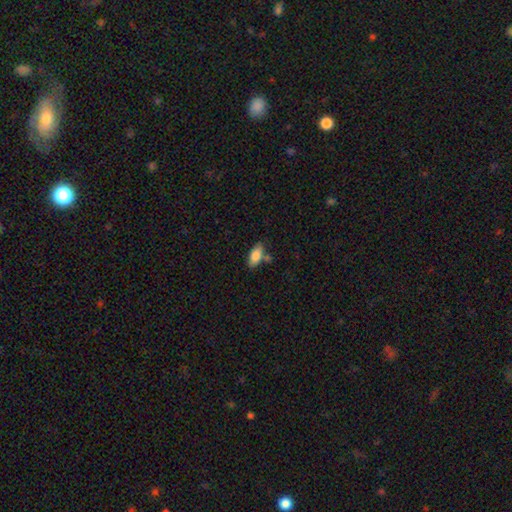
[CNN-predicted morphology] Overall: smooth (83%). How rounded: in between (87%). Merging: none (70%).